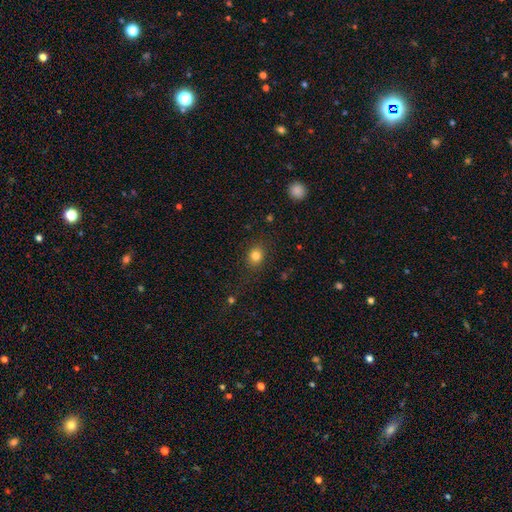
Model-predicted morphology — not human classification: smooth 82%, star or artifact 12%, featured or disk 6%. Down the decision tree: how rounded — round (63%); merging — none (84%).